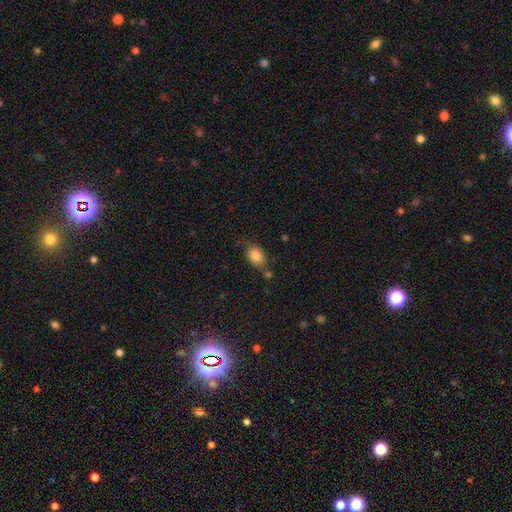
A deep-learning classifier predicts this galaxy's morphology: A smooth galaxy with no disk features (82%) that is in between round and cigar-shaped (79%). Merging: none (63%).